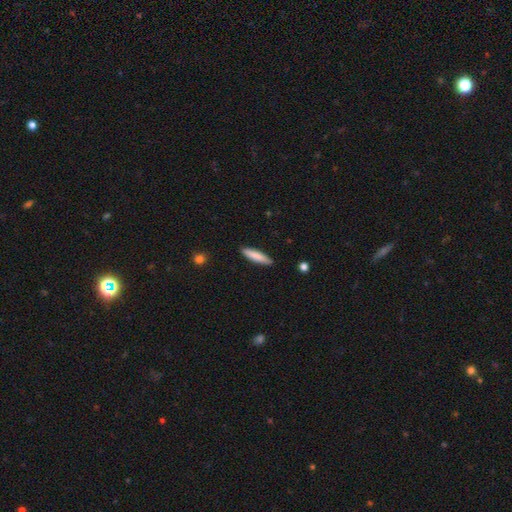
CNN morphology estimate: A smooth galaxy with no disk features (83%) that is cigar-shaped (82%).

Vote fractions:
- Smooth or featured? smooth: 83% / featured or disk: 12% / star or artifact: 5%
- How rounded? cigar-shaped: 82% / in between: 17% / round: 1%
- Merging? none: 89% / minor disturbance: 8% / major disturbance: 2% / merger: 1%